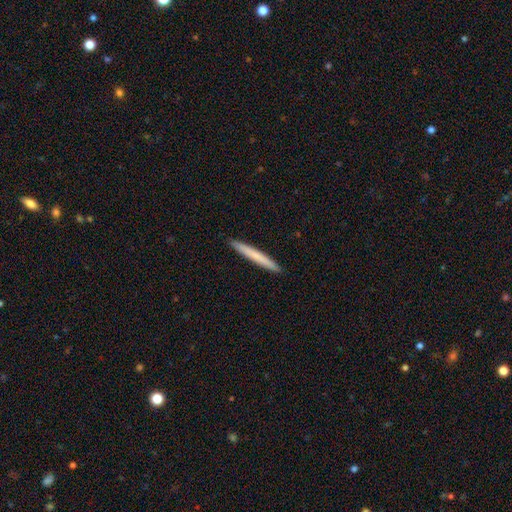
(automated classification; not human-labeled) Smooth or featured?
  - smooth: 69% *
  - featured or disk: 26%
  - star or artifact: 5%
How rounded?
  - cigar-shaped: 97% *
  - in between: 2%
  - round: 1%
Merging?
  - none: 93% *
  - minor disturbance: 5%
  - major disturbance: 1%
  - merger: 1%